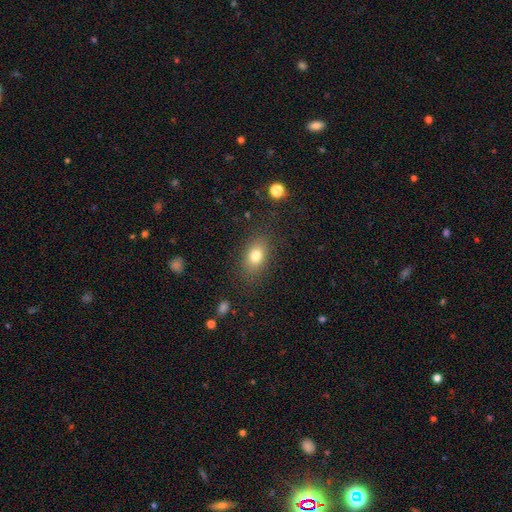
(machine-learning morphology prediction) Overall: smooth (78%). How rounded: in between (80%). Merging: none (83%).